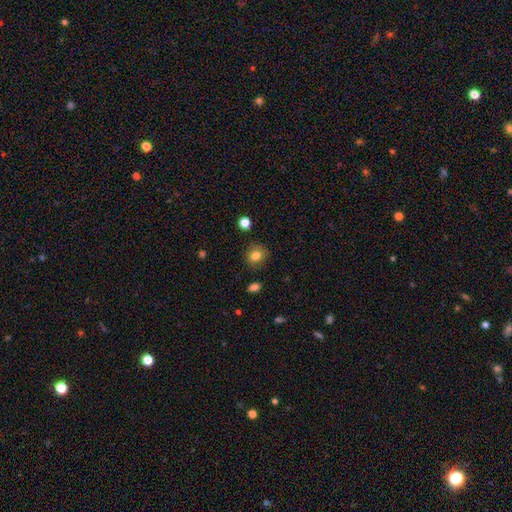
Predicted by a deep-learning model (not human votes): smooth-or-featured: smooth: 82% | star or artifact: 11% | featured or disk: 8%
  how-rounded: round: 79% | in between: 20% | cigar-shaped: 1%
  merging: none: 85% | minor disturbance: 11% | major disturbance: 3% | merger: 2%